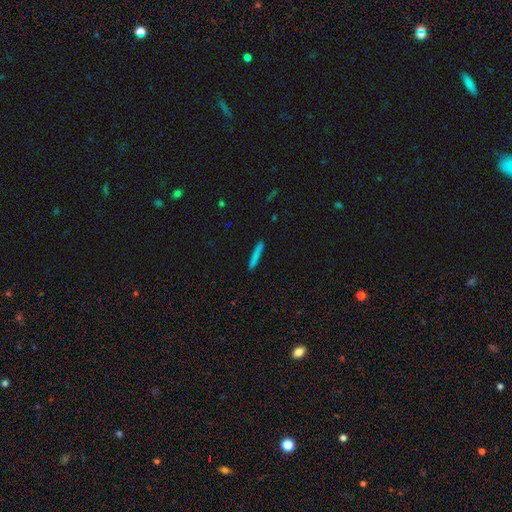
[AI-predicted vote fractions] Morphology: type=smooth (71%); roundness=cigar-shaped (95%); merging=none (89%).